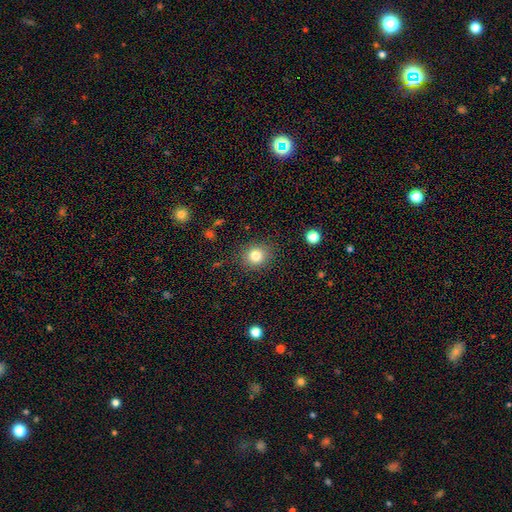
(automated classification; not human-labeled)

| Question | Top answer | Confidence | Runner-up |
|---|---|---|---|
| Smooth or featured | smooth | 81% | star or artifact (11%) |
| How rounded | round | 81% | in between (18%) |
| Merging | none | 86% | minor disturbance (9%) |